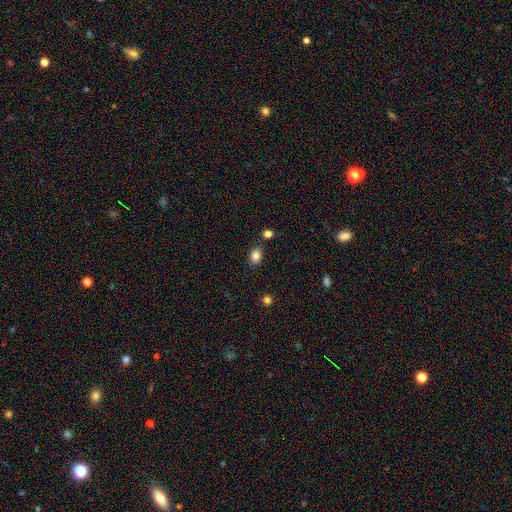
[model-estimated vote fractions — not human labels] A smooth galaxy with no disk features (84%) that is in between round and cigar-shaped (70%).

Vote fractions:
- Smooth or featured? smooth: 84% / star or artifact: 10% / featured or disk: 6%
- How rounded? in between: 70% / round: 29% / cigar-shaped: 1%
- Merging? none: 80% / minor disturbance: 11% / merger: 6% / major disturbance: 3%